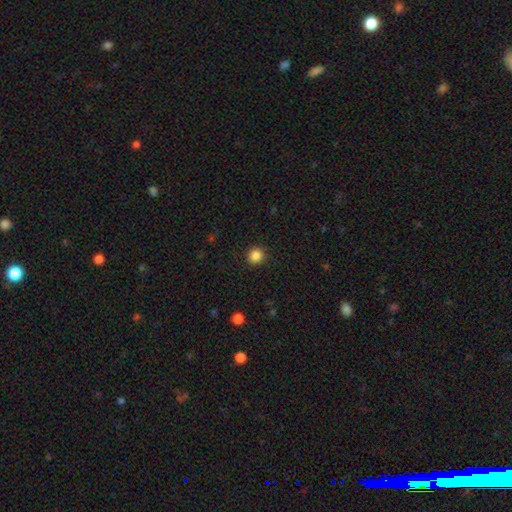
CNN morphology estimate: Smooth or featured? Predicted: smooth (p=0.86). How rounded? Predicted: round (p=0.93). Merging? Predicted: none (p=0.92).